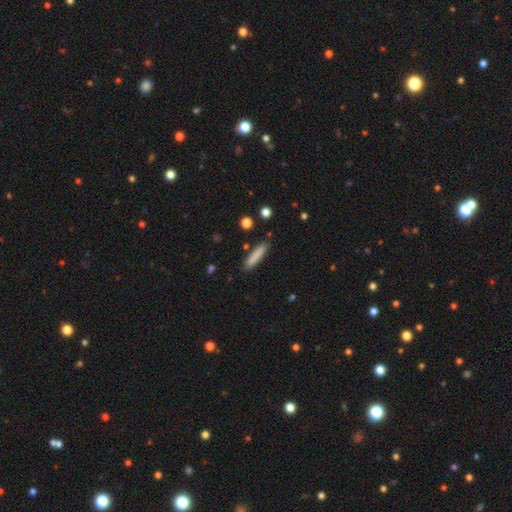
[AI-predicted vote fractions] smooth 83%, featured or disk 11%, star or artifact 7%. Down the decision tree: how rounded — cigar-shaped (87%); merging — none (86%).